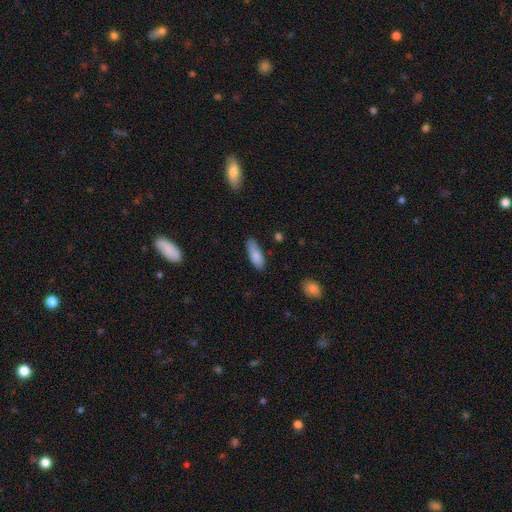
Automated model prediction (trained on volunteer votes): A smooth galaxy with no disk features (85%) that is in between round and cigar-shaped (65%). Merging: none (75%).